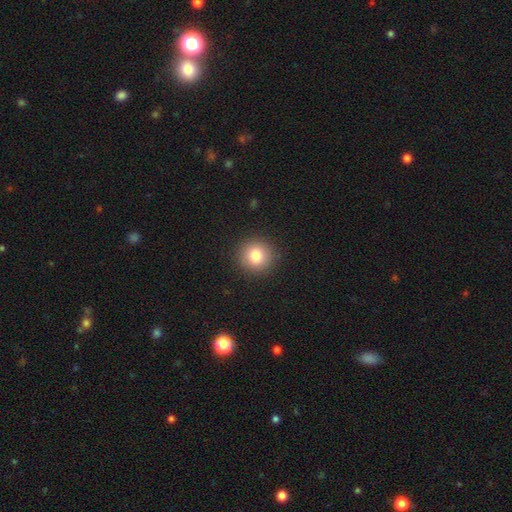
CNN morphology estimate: This is clearly a smooth galaxy (81%). How rounded: clearly round (94%). Merging: clearly none (91%).